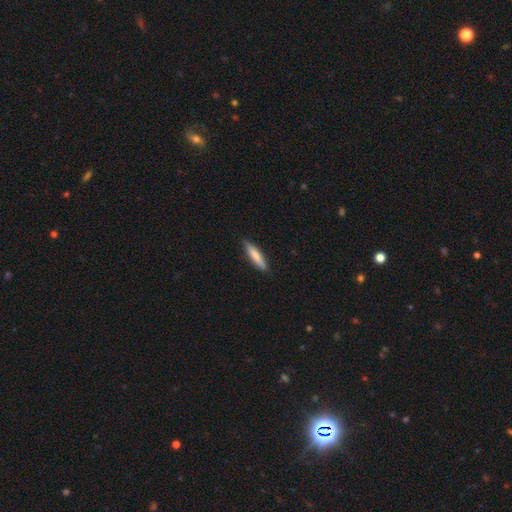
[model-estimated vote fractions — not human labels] Smooth or featured? smooth (76%)
How rounded? cigar-shaped (79%)
Merging? none (87%)